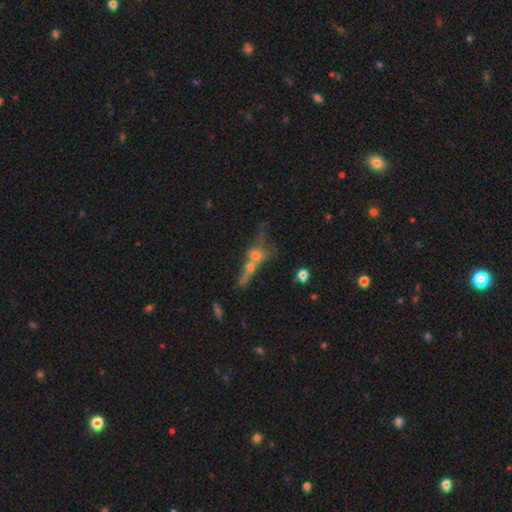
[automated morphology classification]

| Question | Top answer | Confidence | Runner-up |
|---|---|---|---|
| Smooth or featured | smooth | 48% | featured or disk (36%) |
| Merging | merger | 61% | none (18%) |